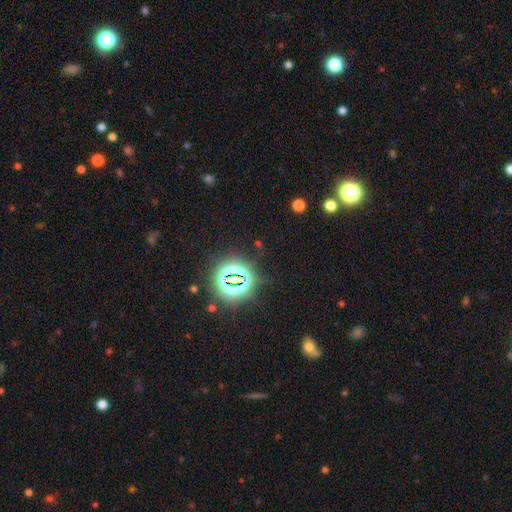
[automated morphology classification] type=star or artifact (77%).